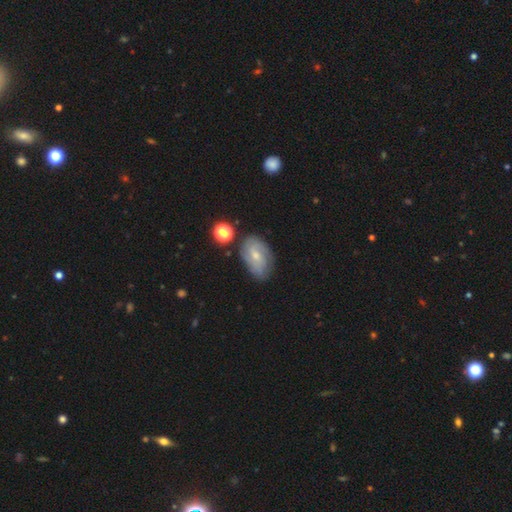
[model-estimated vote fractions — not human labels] A featured or disk galaxy (61%) with no bar (50%), tight (47%) spiral arms (86%) and a small central bulge (60%). Merging: none (70%).